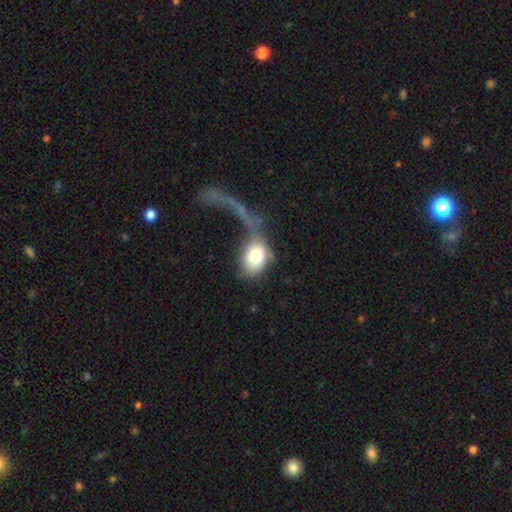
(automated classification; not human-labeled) Smooth or featured?
  - smooth: 75% *
  - featured or disk: 18%
  - star or artifact: 8%
How rounded?
  - in between: 67% *
  - round: 31%
  - cigar-shaped: 2%
Merging?
  - major disturbance: 39% *
  - none: 25%
  - merger: 19%
  - minor disturbance: 16%